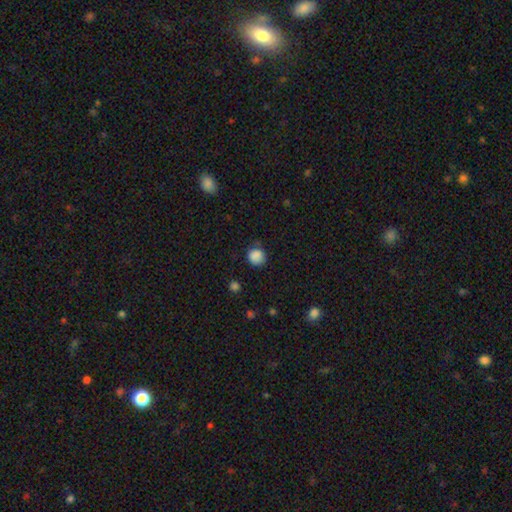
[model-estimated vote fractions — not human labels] The model was most divided on "merging": none: 72%, minor disturbance: 21%, major disturbance: 5%, merger: 2%. More confident: smooth or featured — smooth (86%); how rounded — round (84%).